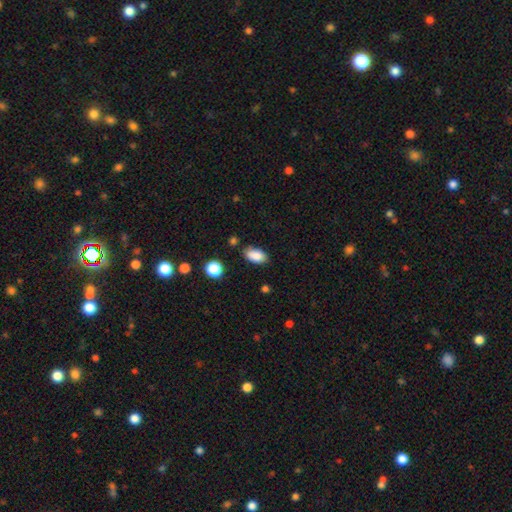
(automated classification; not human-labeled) Smooth or featured? smooth (85%)
How rounded? in between (92%)
Merging? none (77%)